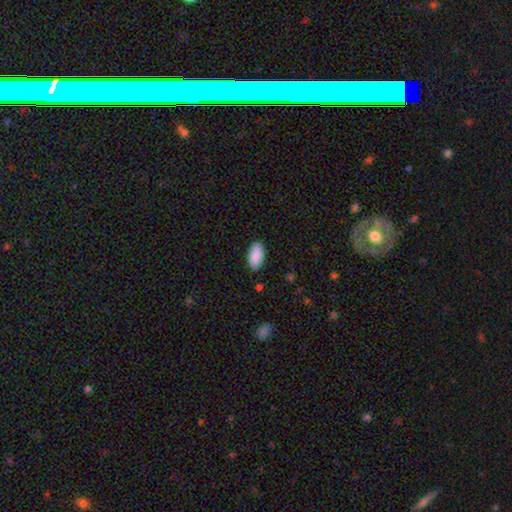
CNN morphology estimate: Q: Smooth or featured?
A: smooth (90%); runner-up: star or artifact (6%)
Q: How rounded?
A: in between (94%); runner-up: cigar-shaped (4%)
Q: Merging?
A: none (88%); runner-up: minor disturbance (9%)